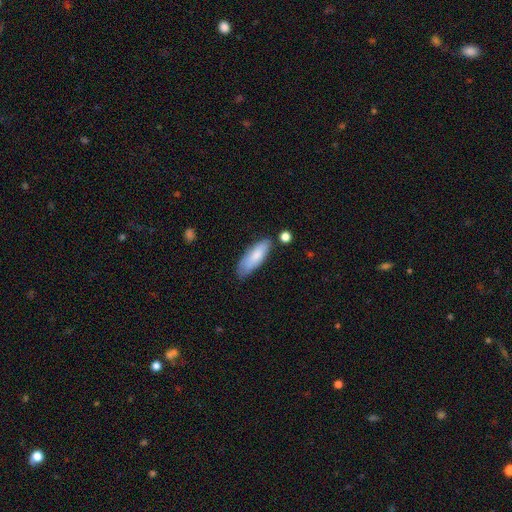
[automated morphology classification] Smooth or featured? Predicted: smooth (p=0.79). How rounded? Predicted: in between (p=0.59). Merging? Predicted: none (p=0.71).